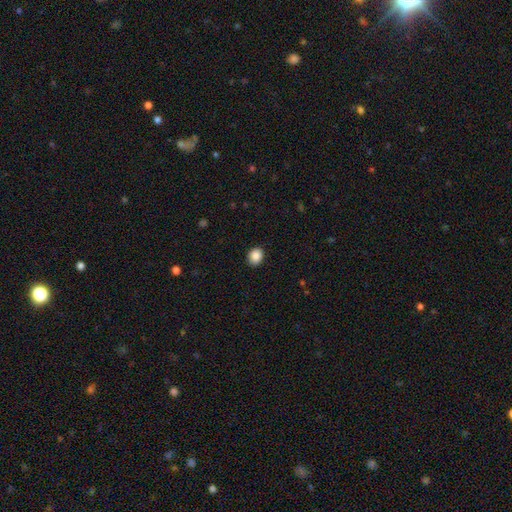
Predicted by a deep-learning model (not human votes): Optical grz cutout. It shows a smooth galaxy with no disk features (88%) that is round (58%). Merging: none (89%).